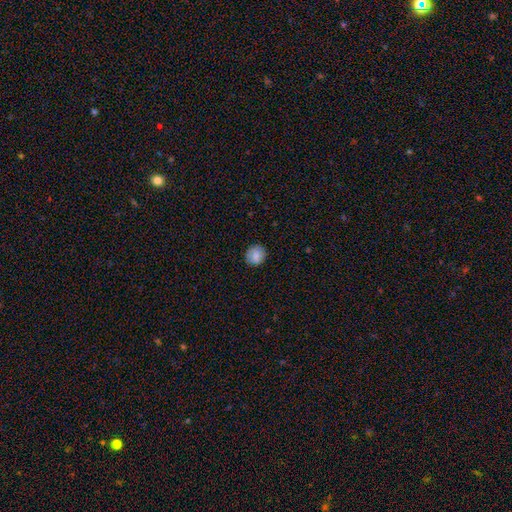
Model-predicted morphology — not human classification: Overall: smooth (85%). How rounded: round (86%). Merging: none (89%).